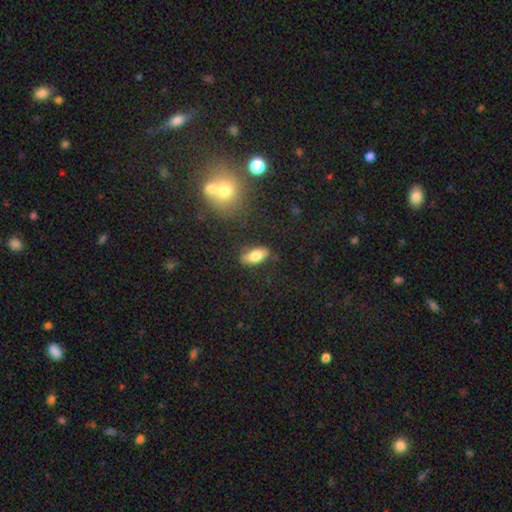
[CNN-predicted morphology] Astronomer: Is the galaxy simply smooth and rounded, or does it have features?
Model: smooth — 79%.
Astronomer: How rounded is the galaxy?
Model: in between — 87%.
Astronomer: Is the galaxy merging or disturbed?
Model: none — 81%.